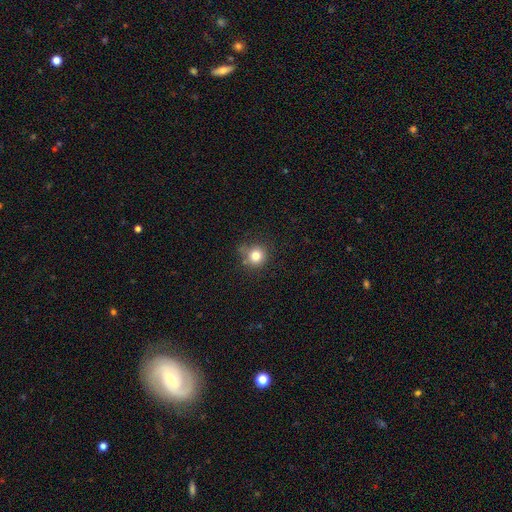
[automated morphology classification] Smooth or featured?
  - smooth: 81% *
  - star or artifact: 12%
  - featured or disk: 7%
How rounded?
  - round: 90% *
  - in between: 9%
  - cigar-shaped: 1%
Merging?
  - none: 72% *
  - minor disturbance: 19%
  - merger: 5%
  - major disturbance: 5%